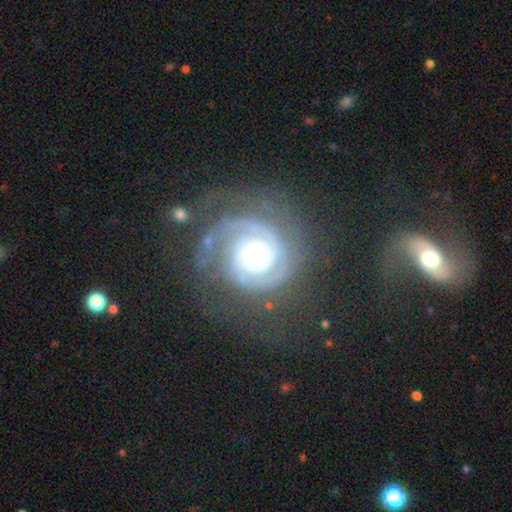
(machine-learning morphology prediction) This appears to be a featured or disk galaxy (88%) with no bar (72%), 2 (46%) tight (71%) spiral arms (96%) and a moderate central bulge (57%). Merging: none (66%).